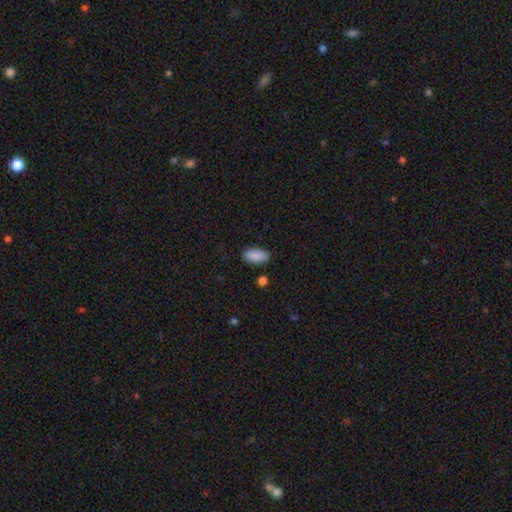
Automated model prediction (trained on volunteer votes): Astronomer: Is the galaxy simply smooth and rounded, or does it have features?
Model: smooth — 89%.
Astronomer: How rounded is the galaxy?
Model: in between — 93%.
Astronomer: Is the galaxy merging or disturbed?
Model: none — 84%.